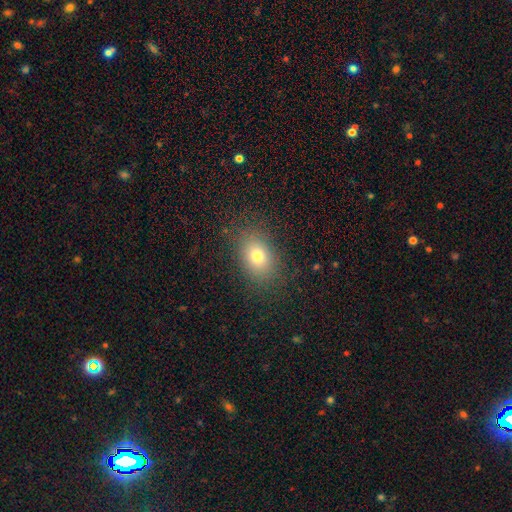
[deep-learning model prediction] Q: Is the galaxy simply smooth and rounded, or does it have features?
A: smooth — 76%.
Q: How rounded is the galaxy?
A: in between — 74%.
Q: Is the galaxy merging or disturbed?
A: none — 85%.